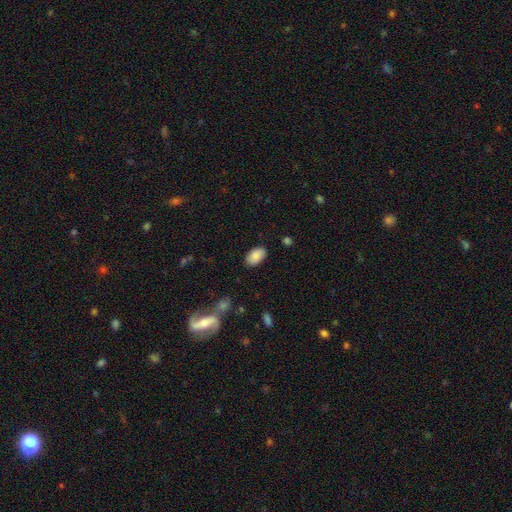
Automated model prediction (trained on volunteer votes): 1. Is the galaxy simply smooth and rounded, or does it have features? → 88% smooth, 7% star or artifact, 5% featured or disk.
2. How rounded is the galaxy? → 93% in between, 6% round, 1% cigar-shaped.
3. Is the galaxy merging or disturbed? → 86% none, 10% minor disturbance, 3% major disturbance, 2% merger.